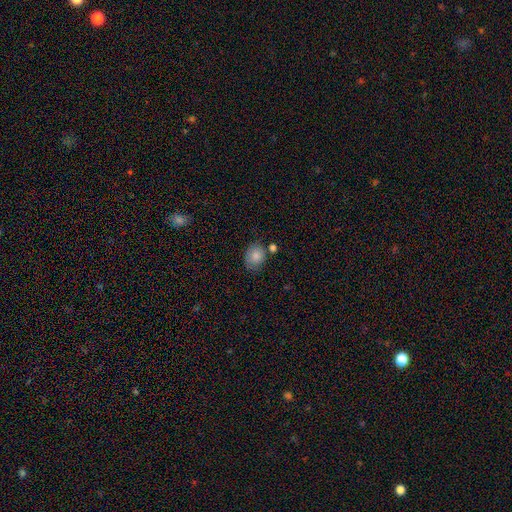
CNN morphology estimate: A smooth galaxy with no disk features (80%) that is round (52%). Merging: none (66%).